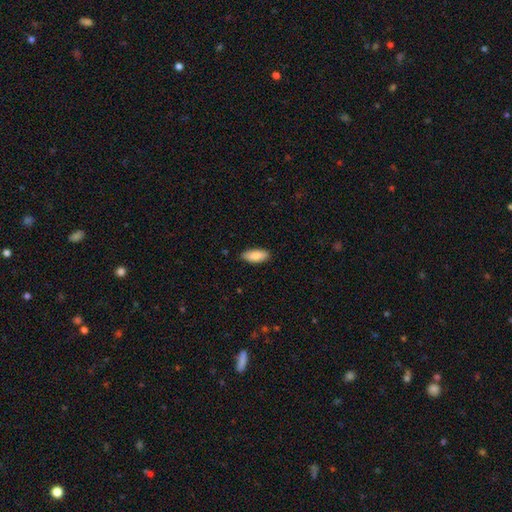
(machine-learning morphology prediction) type=smooth (85%); roundness=in between (85%); merging=none (86%).